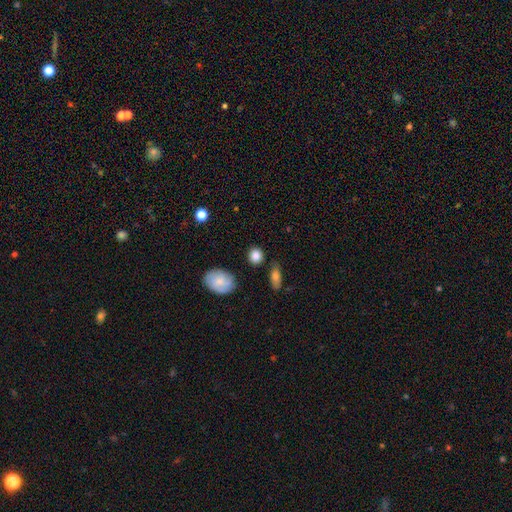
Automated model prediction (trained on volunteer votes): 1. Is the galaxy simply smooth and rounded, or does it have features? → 84% smooth, 8% star or artifact, 7% featured or disk.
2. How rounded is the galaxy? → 76% round, 22% in between, 2% cigar-shaped.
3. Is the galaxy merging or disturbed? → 81% none, 11% minor disturbance, 4% merger, 3% major disturbance.